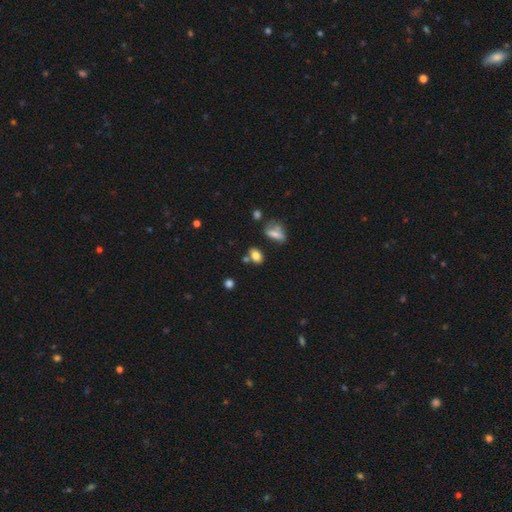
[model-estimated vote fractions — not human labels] smooth 80%, star or artifact 11%, featured or disk 9%. Down the decision tree: how rounded — in between (80%); merging — none (64%).